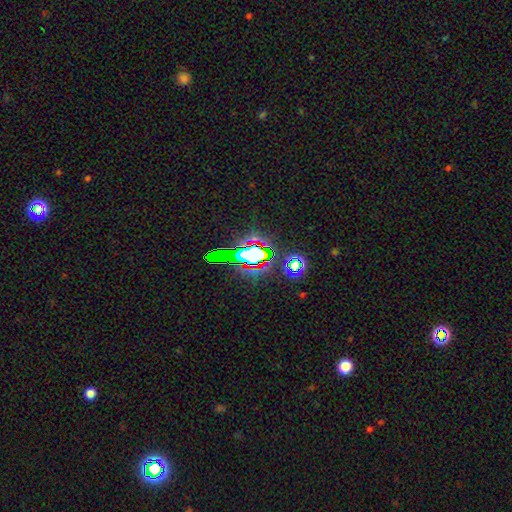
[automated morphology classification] Smooth or featured: star or artifact — 64% (smooth — 21%)